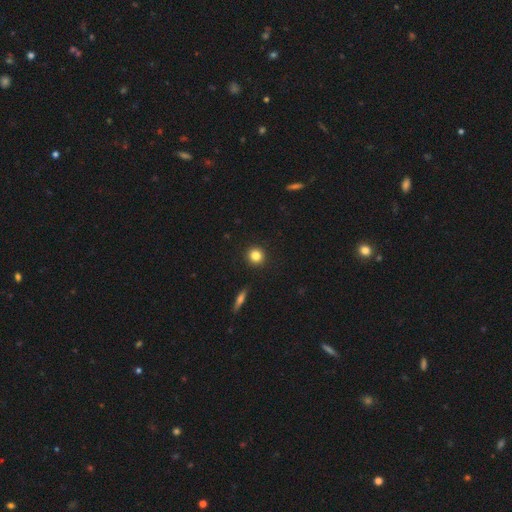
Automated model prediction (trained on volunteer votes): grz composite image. It shows a smooth galaxy with no disk features (83%) that is round (93%). Merging: none (92%).